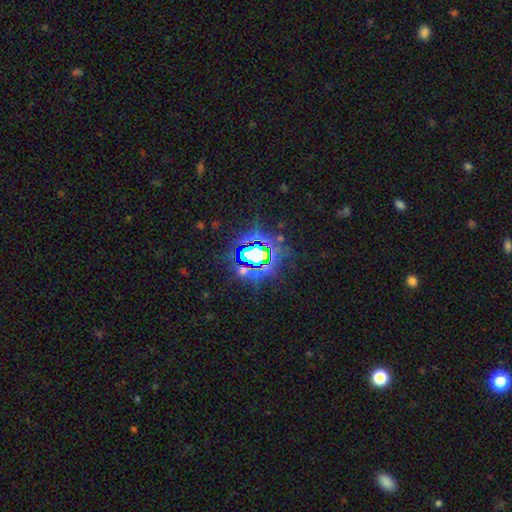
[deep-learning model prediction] smooth_or_featured: star or artifact (p=0.75) [alt: smooth p=0.13]